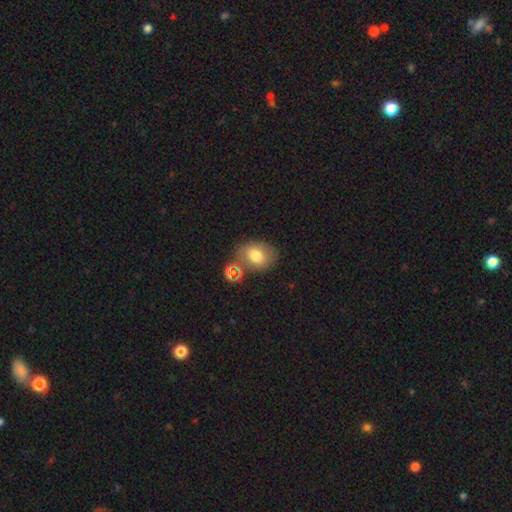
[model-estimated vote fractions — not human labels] Q: Smooth or featured?
A: smooth (71%); runner-up: featured or disk (17%)
Q: How rounded?
A: in between (59%); runner-up: round (40%)
Q: Merging?
A: none (63%); runner-up: minor disturbance (17%)